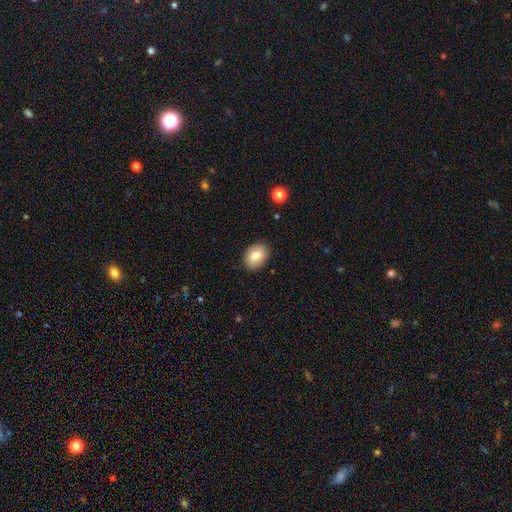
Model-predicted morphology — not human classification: This appears to be a smooth galaxy with no disk features (83%) that is in between round and cigar-shaped (77%). Merging: none (89%).